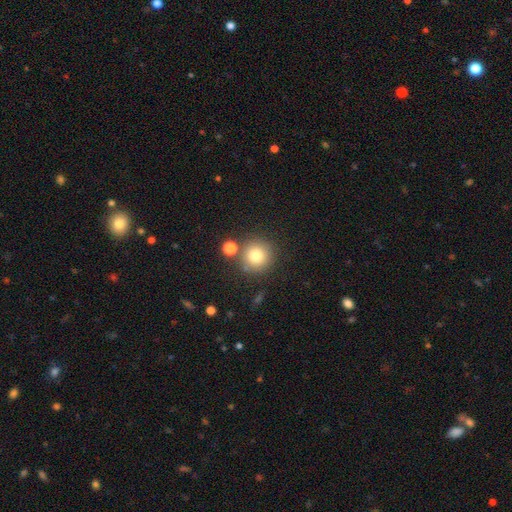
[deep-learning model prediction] smooth_or_featured: smooth (p=0.79) [alt: star or artifact p=0.12]
how_rounded: round (p=0.94) [alt: in between p=0.06]
merging: none (p=0.78) [alt: merger p=0.10]